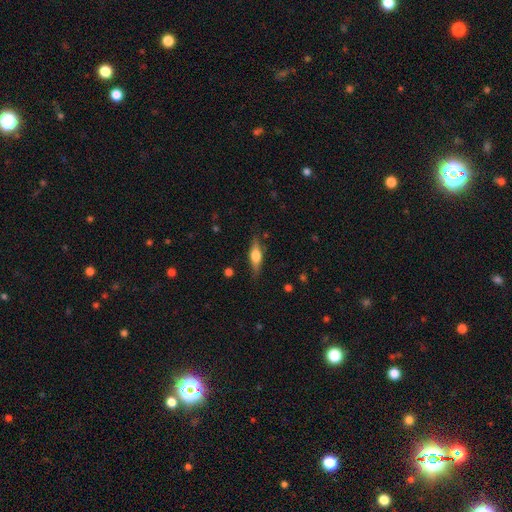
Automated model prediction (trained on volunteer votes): smooth-or-featured: featured or disk: 48% | smooth: 45% | star or artifact: 7%
  merging: none: 83% | minor disturbance: 13% | major disturbance: 3% | merger: 1%